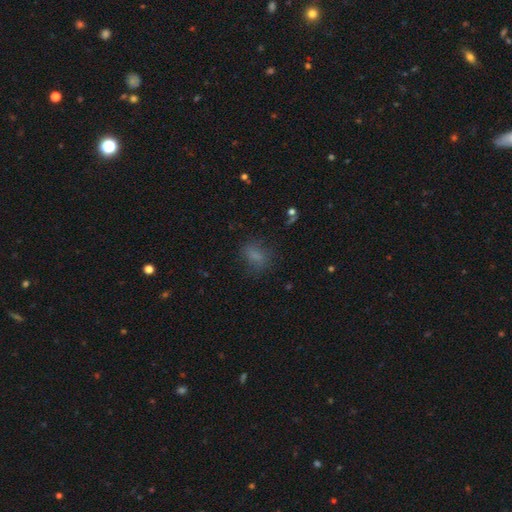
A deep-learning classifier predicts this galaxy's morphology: The model was most divided on "how rounded": in between: 65%, round: 30%, cigar-shaped: 4%. More confident: smooth or featured — smooth (72%); merging — none (69%).